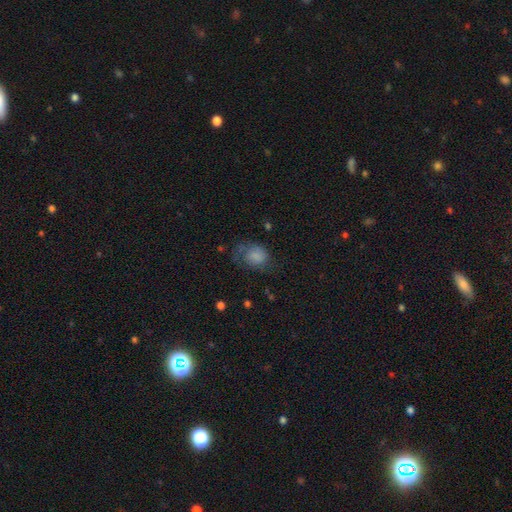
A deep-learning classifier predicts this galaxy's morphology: Q: Smooth or featured?
A: smooth (61%); runner-up: featured or disk (28%)
Q: How rounded?
A: in between (58%); runner-up: round (41%)
Q: Merging?
A: none (43%); runner-up: minor disturbance (27%)